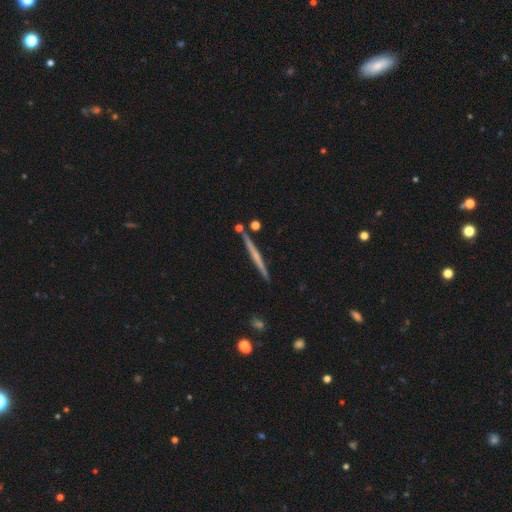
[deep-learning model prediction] featured or disk 58%, smooth 36%, star or artifact 6%. Down the decision tree: edge-on disk — yes (98%); edge-on bulge — none (74%); merging — none (89%).